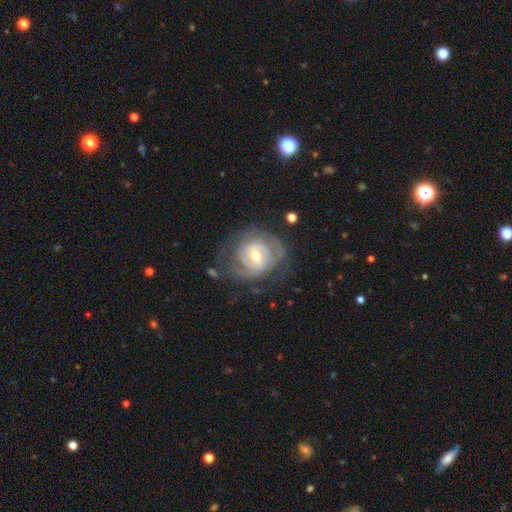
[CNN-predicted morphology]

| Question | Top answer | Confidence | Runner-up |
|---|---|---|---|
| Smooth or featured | featured or disk | 82% | smooth (12%) |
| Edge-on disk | no | 97% | yes (3%) |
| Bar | weak | 45% | no (41%) |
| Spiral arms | yes | 89% | no (11%) |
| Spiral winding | tight | 61% | medium (29%) |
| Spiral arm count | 2 | 39% | can't tell (32%) |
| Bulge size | moderate | 66% | small (28%) |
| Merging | none | 65% | minor disturbance (20%) |